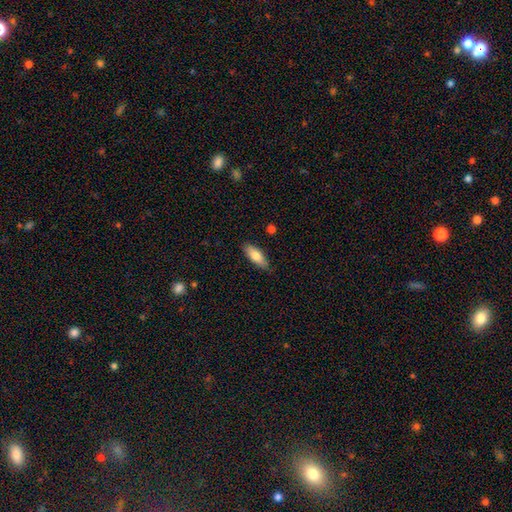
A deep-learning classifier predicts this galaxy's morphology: smooth-or-featured: smooth: 76% | featured or disk: 17% | star or artifact: 6%
  how-rounded: in between: 68% | cigar-shaped: 29% | round: 2%
  merging: none: 83% | minor disturbance: 13% | major disturbance: 2% | merger: 1%